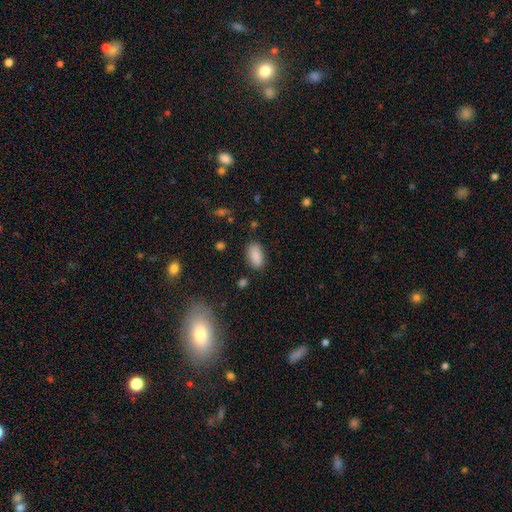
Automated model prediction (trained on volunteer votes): This appears to be a smooth galaxy with no disk features (87%) that is in between round and cigar-shaped (91%). Merging: none (83%).